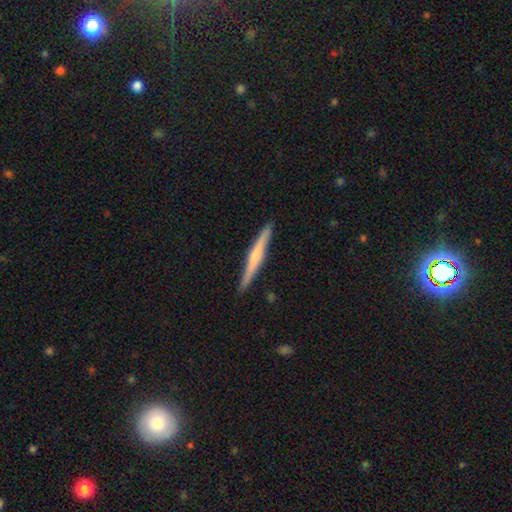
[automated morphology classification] type=featured or disk (57%); edge-on=yes (98%); edge-on bulge=rounded (61%); merging=none (91%).